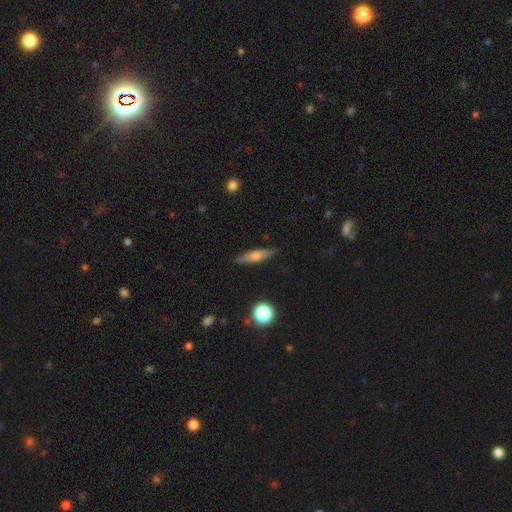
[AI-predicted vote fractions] Smooth or featured? Predicted: smooth (p=0.54). How rounded? Predicted: cigar-shaped (p=0.74). Merging? Predicted: none (p=0.87).